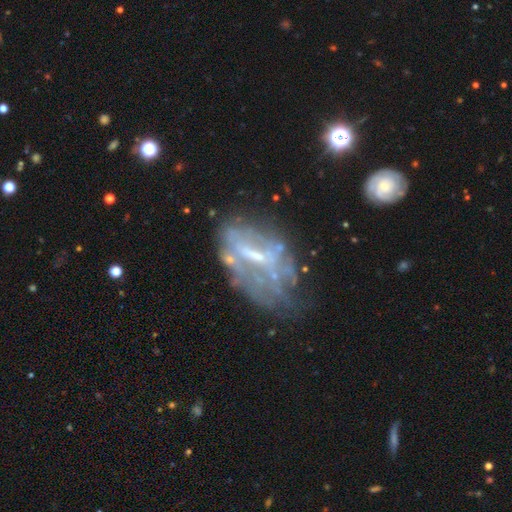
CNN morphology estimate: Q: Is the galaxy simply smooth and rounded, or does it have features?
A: featured or disk — 69%.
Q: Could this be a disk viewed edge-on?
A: no — 92%.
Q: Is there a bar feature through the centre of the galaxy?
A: weak — 40%.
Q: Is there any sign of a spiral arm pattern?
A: no — 68%.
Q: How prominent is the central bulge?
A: small — 45%.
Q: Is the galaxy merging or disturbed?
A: none — 40%.